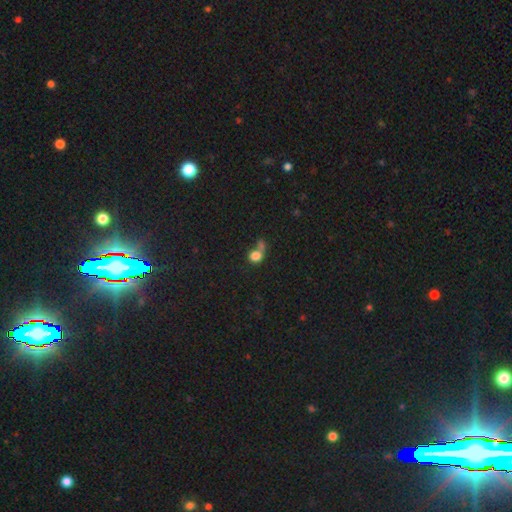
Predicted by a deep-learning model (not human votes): Morphology: type=smooth (78%); roundness=round (68%); merging=merger (43%).